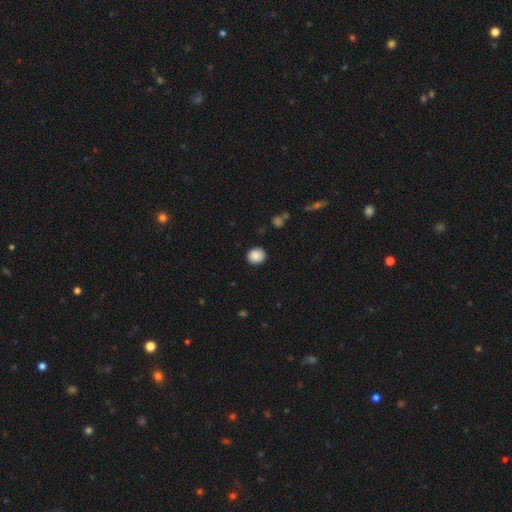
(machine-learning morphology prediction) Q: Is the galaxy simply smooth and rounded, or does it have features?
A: smooth — 88%.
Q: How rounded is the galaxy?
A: round — 83%.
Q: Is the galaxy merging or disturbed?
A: none — 89%.